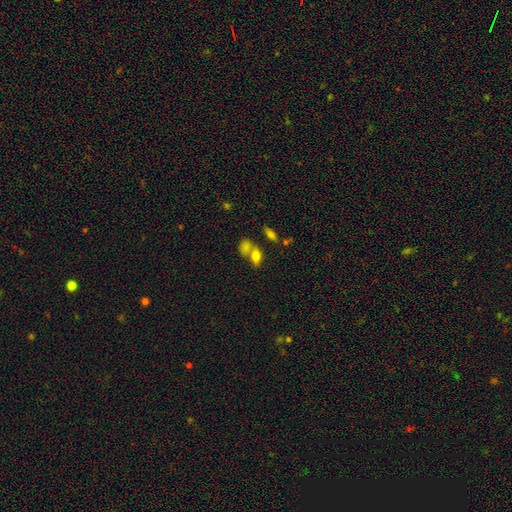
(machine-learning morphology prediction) smooth-or-featured: smooth: 72% | featured or disk: 17% | star or artifact: 11%
  how-rounded: in between: 80% | round: 13% | cigar-shaped: 7%
  merging: none: 43% | merger: 39% | minor disturbance: 12% | major disturbance: 5%